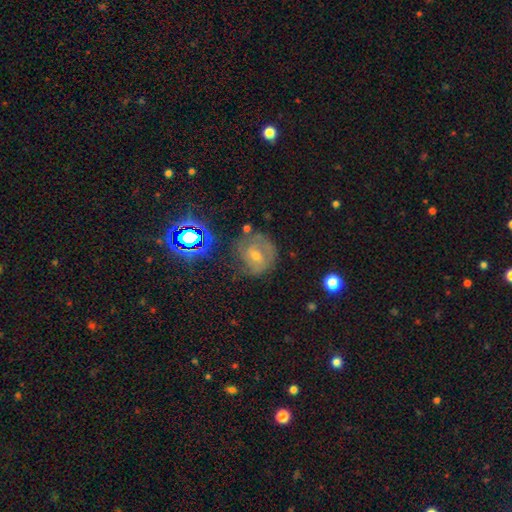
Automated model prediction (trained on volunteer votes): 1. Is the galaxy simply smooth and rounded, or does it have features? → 56% featured or disk, 23% smooth, 22% star or artifact.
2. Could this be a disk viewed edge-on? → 96% no, 4% yes.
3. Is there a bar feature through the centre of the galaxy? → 43% no (tied), 43% weak (tied), 14% strong.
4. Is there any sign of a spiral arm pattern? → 81% yes, 19% no.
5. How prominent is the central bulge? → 51% small, 44% moderate, 2% none, 2% large, 1% dominant.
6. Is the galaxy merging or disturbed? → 63% none, 22% minor disturbance, 11% major disturbance, 4% merger.